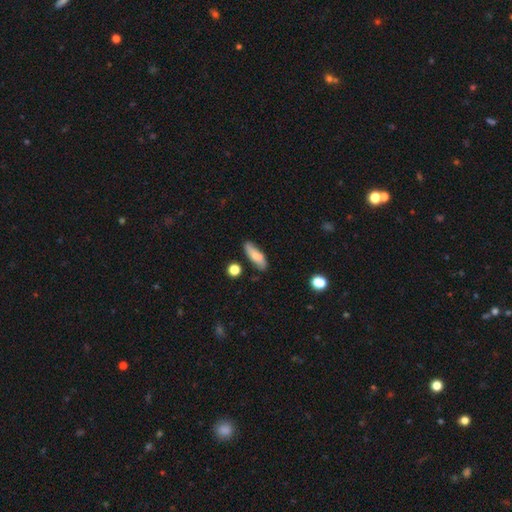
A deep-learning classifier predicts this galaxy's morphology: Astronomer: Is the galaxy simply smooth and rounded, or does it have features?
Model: smooth — 70%.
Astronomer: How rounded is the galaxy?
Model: in between — 49% (runner-up: cigar-shaped, 48%).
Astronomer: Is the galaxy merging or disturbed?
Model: none — 78%.